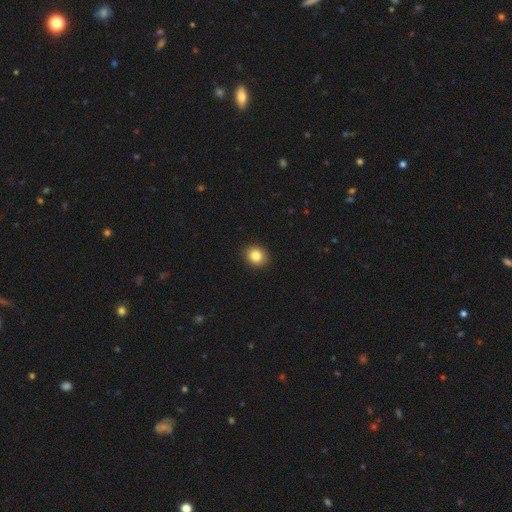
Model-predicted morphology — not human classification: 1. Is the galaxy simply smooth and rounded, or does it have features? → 85% smooth, 10% star or artifact, 5% featured or disk.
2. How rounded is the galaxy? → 69% round, 30% in between, 1% cigar-shaped.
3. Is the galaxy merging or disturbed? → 91% none, 6% minor disturbance, 2% major disturbance, 1% merger.